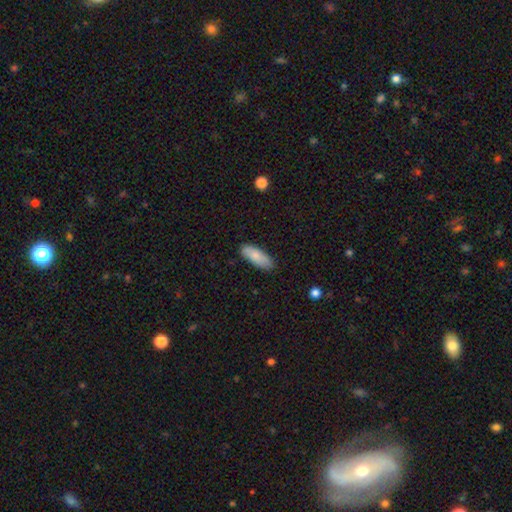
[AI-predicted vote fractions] This is clearly a smooth galaxy (84%). How rounded: likely in between (72%). Merging: clearly none (84%).